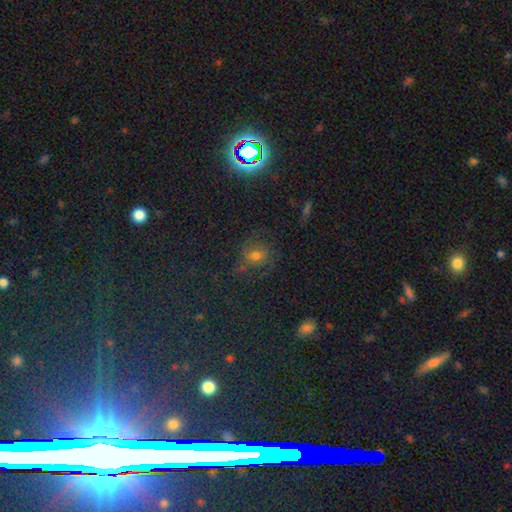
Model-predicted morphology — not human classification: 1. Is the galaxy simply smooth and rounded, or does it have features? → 36% smooth, 33% star or artifact, 31% featured or disk.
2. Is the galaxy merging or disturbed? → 62% none, 19% minor disturbance, 15% major disturbance, 3% merger.